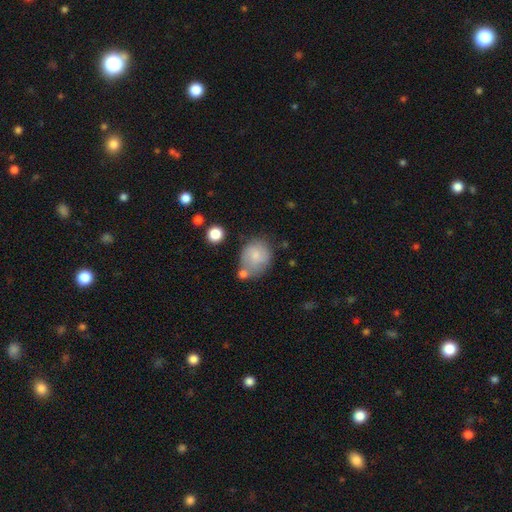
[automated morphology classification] Smooth or featured? smooth (74%)
How rounded? round (62%)
Merging? none (48%)